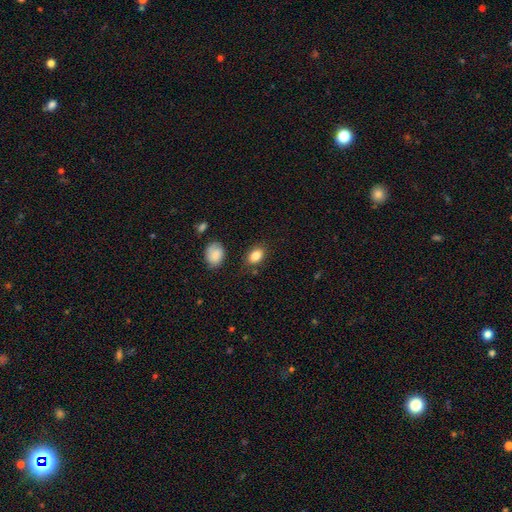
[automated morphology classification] Overall: smooth (85%). How rounded: in between (82%). Merging: none (81%).